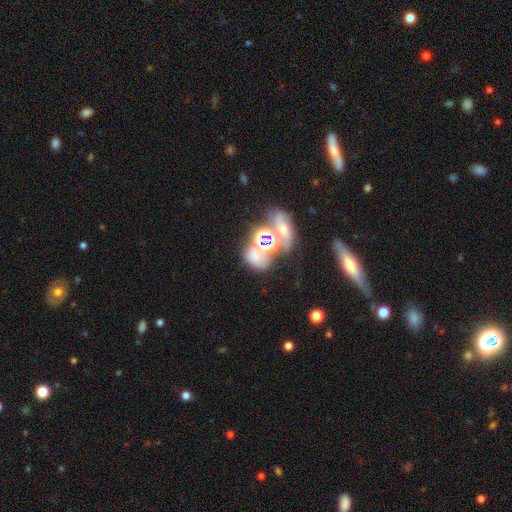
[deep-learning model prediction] Smooth or featured? smooth (43%)
Merging? merger (44%)